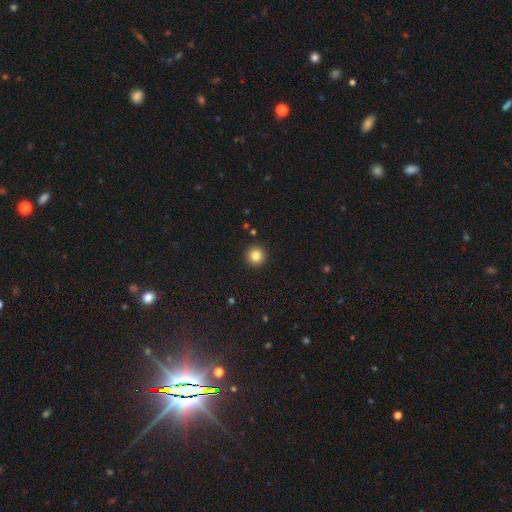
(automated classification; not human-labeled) smooth_or_featured: smooth (p=0.83) [alt: star or artifact p=0.11]
how_rounded: round (p=0.96) [alt: in between p=0.03]
merging: none (p=0.93) [alt: minor disturbance p=0.04]